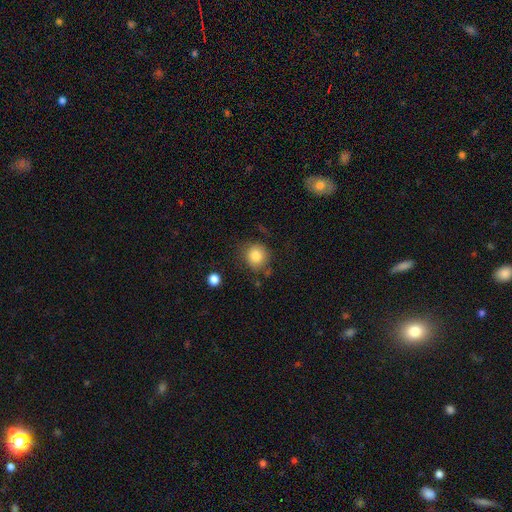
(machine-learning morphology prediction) This appears to be a smooth galaxy with no disk features (83%) that is round (87%). Merging: none (76%).